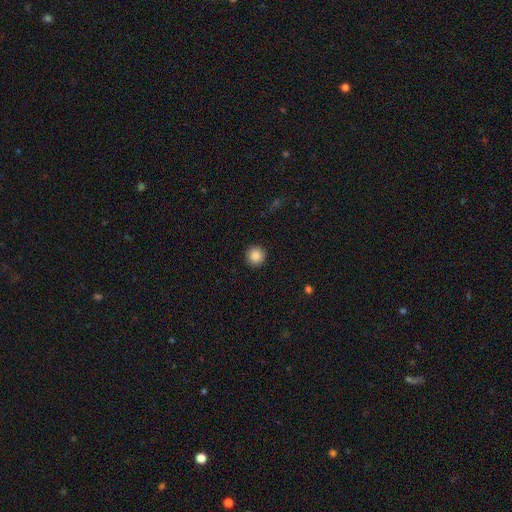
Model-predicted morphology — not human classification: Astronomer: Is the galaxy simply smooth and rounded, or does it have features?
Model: smooth — 87%.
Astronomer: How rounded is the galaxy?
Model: round — 95%.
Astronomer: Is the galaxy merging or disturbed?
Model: none — 92%.